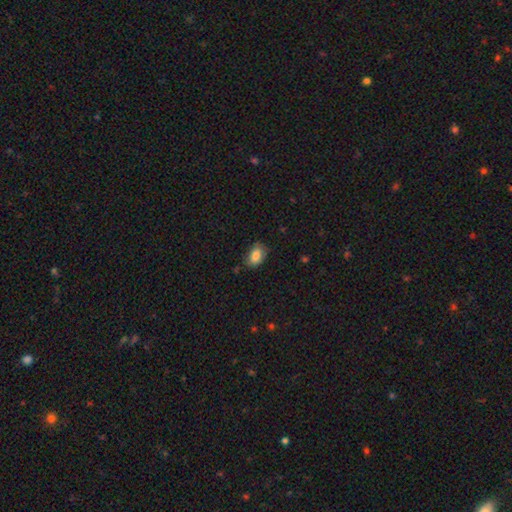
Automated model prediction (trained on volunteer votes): A smooth galaxy with no disk features (84%) that is in between round and cigar-shaped (88%). Merging: none (70%).